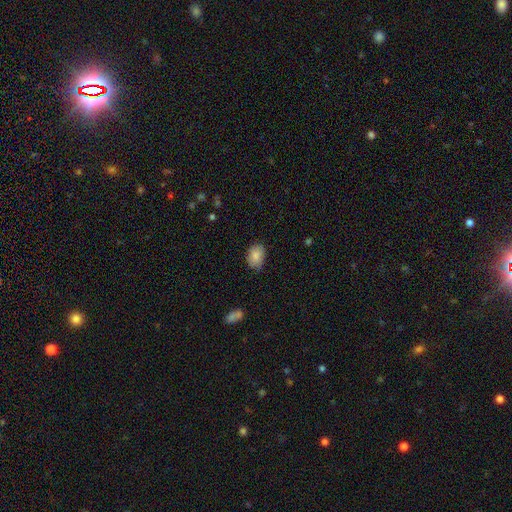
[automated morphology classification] This is clearly a smooth galaxy (86%). How rounded: likely in between (77%). Merging: likely none (74%).